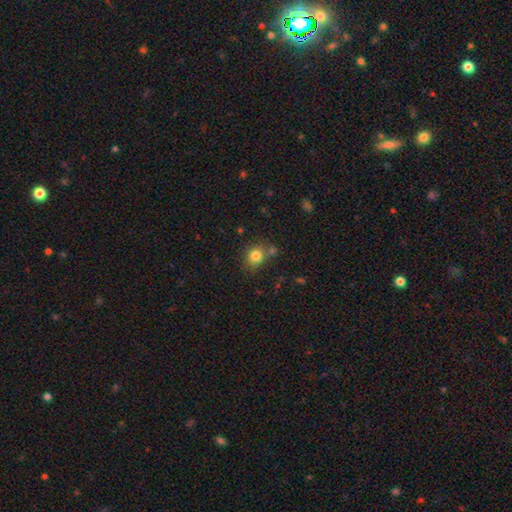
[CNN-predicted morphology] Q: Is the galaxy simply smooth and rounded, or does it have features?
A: smooth — 82%.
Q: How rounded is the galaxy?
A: round — 69%.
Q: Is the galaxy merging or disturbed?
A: none — 71%.